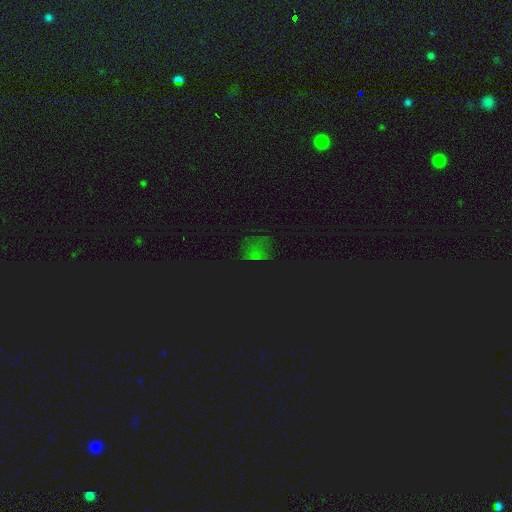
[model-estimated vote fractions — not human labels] The model was most divided on "smooth or featured": star or artifact: 59%, smooth: 28%, featured or disk: 13%.